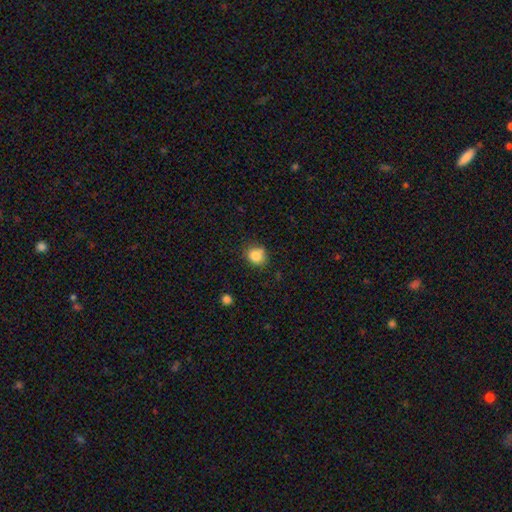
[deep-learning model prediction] smooth_or_featured: smooth (p=0.83) [alt: star or artifact p=0.10]
how_rounded: round (p=0.75) [alt: in between p=0.24]
merging: none (p=0.75) [alt: minor disturbance p=0.17]